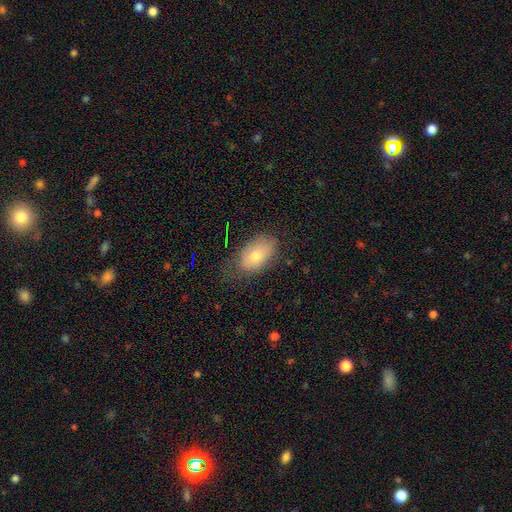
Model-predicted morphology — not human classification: Overall: smooth (74%). How rounded: in between (91%). Merging: none (67%).